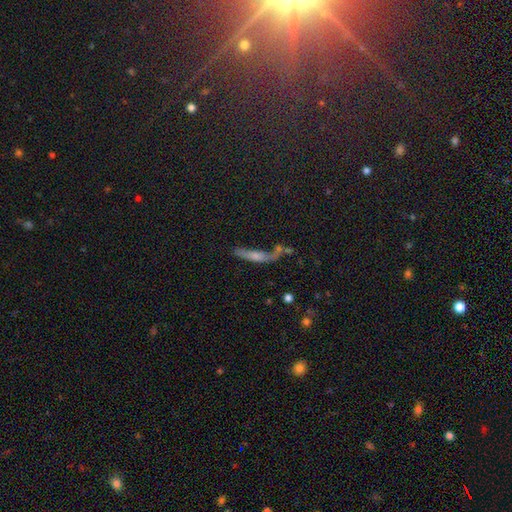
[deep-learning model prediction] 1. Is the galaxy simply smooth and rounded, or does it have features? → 52% smooth, 37% featured or disk, 11% star or artifact.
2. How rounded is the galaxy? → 79% cigar-shaped, 17% in between, 3% round.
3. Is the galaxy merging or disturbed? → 40% none, 25% merger, 19% minor disturbance, 16% major disturbance.